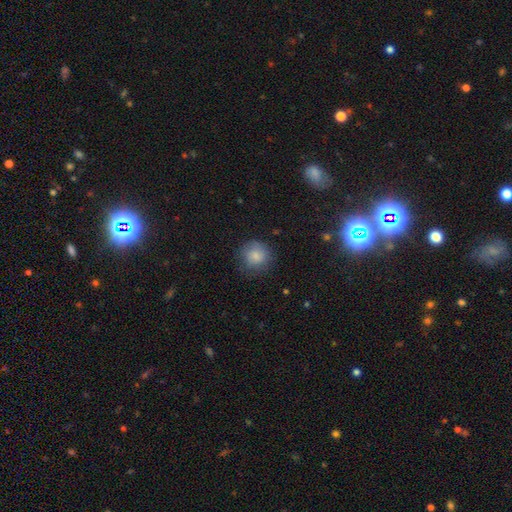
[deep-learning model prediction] Overall: smooth (83%). How rounded: round (90%). Merging: none (74%).